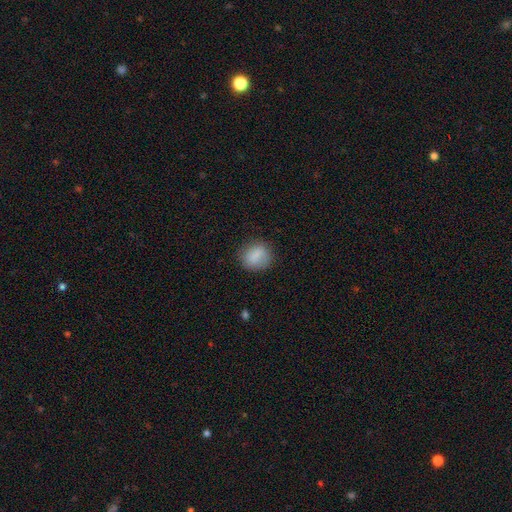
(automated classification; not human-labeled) Q: Smooth or featured?
A: smooth (83%); runner-up: featured or disk (9%)
Q: How rounded?
A: round (72%); runner-up: in between (27%)
Q: Merging?
A: none (79%); runner-up: minor disturbance (15%)